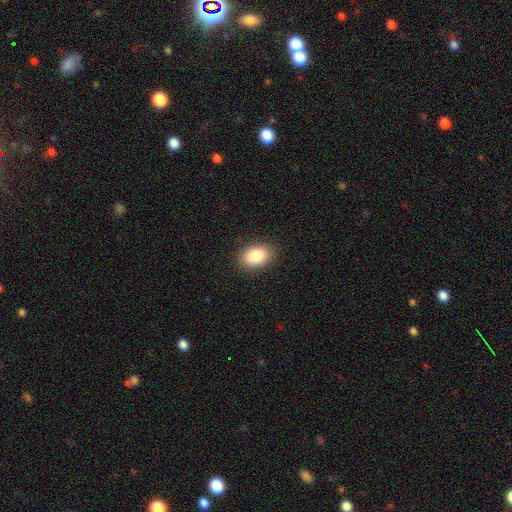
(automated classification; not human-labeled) Q: Smooth or featured?
A: smooth (87%); runner-up: star or artifact (8%)
Q: How rounded?
A: in between (86%); runner-up: round (13%)
Q: Merging?
A: none (88%); runner-up: minor disturbance (8%)